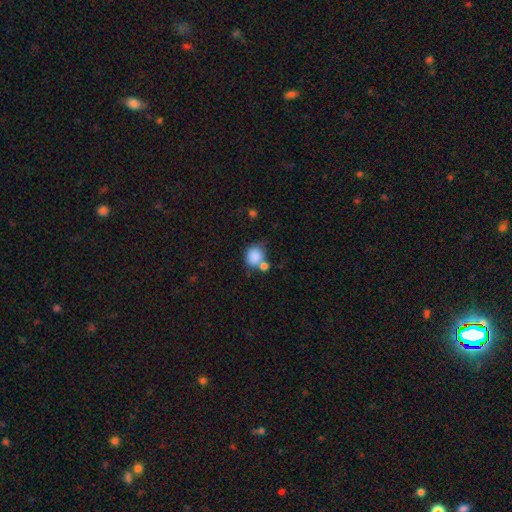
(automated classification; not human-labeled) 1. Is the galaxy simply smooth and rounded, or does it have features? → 84% smooth, 9% star or artifact, 7% featured or disk.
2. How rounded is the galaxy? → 68% round, 31% in between, 1% cigar-shaped.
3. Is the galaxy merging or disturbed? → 47% none, 31% merger, 16% minor disturbance, 6% major disturbance.